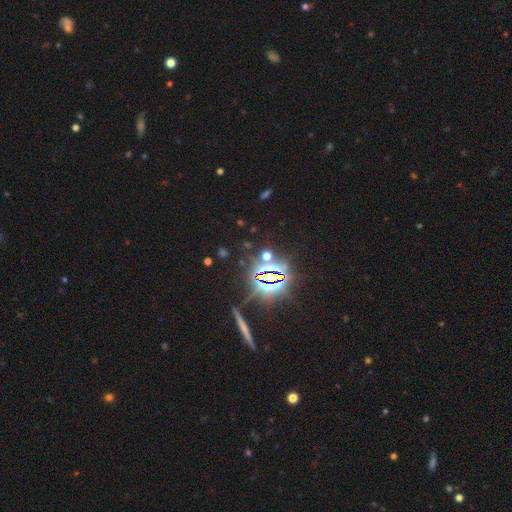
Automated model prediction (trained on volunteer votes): star or artifact 83%, smooth 9%, featured or disk 8%.